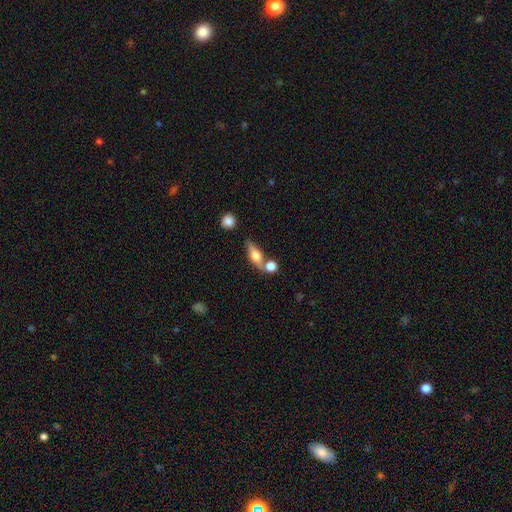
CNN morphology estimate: type=smooth (47%); merging=none (61%).